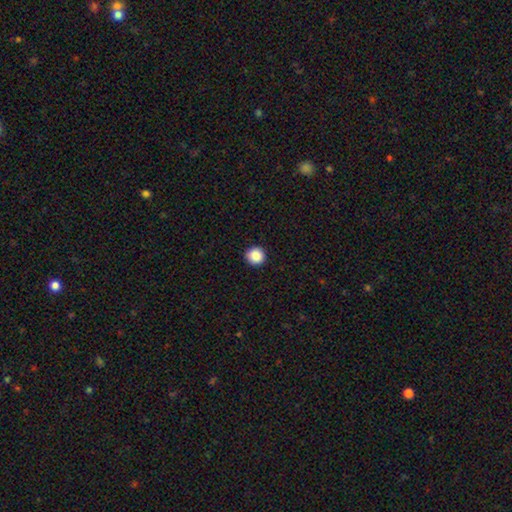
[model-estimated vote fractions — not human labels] smooth_or_featured: smooth (p=0.88) [alt: star or artifact p=0.09]
how_rounded: round (p=0.93) [alt: in between p=0.06]
merging: none (p=0.92) [alt: minor disturbance p=0.06]